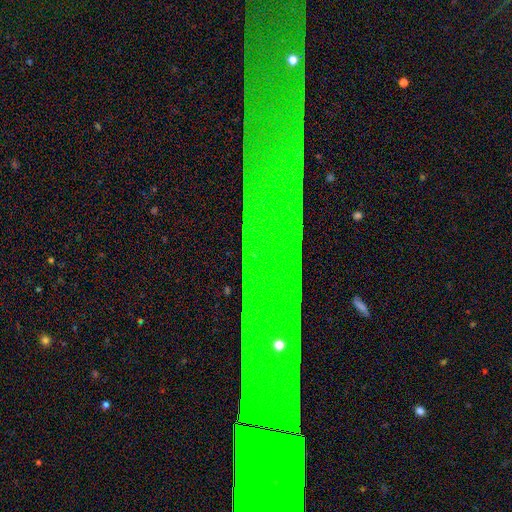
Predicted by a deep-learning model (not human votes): Smooth or featured? star or artifact (74%)